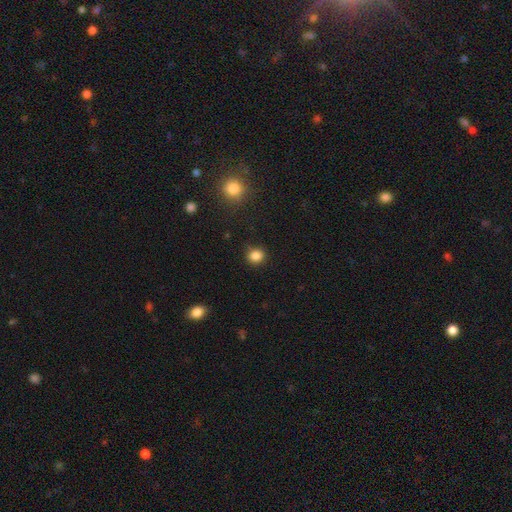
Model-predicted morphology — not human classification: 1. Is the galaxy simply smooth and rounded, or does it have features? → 84% smooth, 12% star or artifact, 4% featured or disk.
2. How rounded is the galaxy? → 77% round, 22% in between, 1% cigar-shaped.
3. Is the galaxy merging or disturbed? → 85% none, 11% minor disturbance, 3% major disturbance, 2% merger.